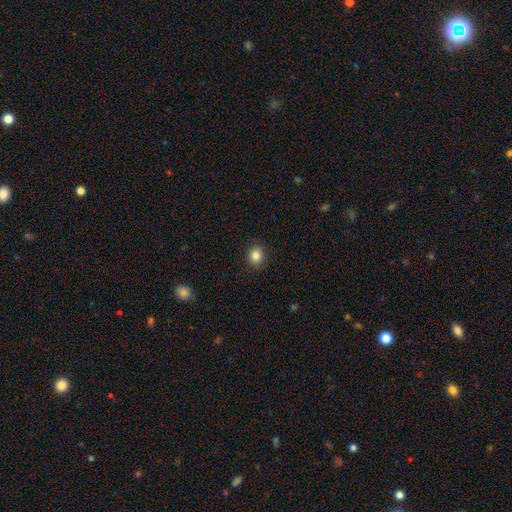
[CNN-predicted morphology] The model was most divided on "how rounded": round: 73%, in between: 26%, cigar-shaped: 1%. More confident: merging — none (90%); smooth or featured — smooth (84%).